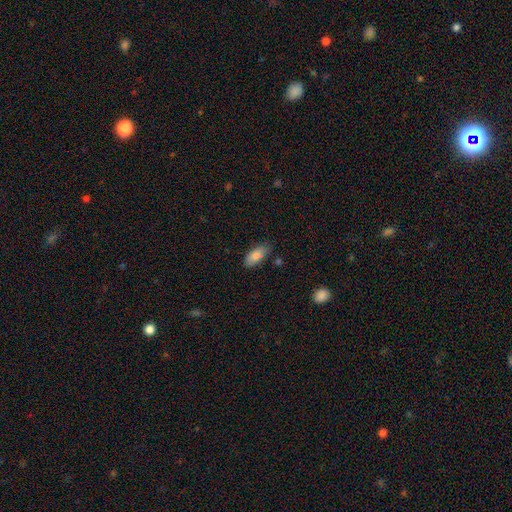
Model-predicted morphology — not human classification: Smooth or featured? smooth (82%)
How rounded? in between (84%)
Merging? none (76%)